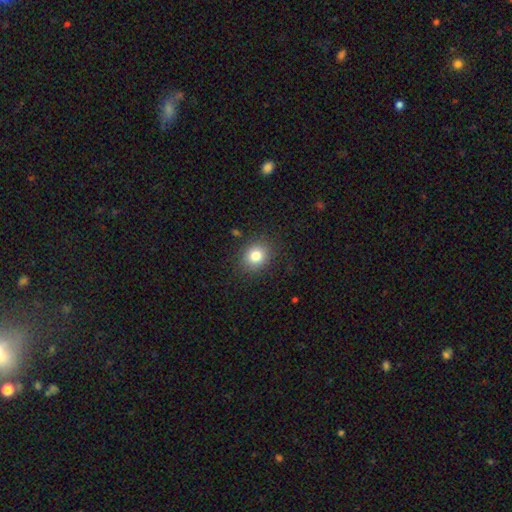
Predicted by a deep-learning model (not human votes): smooth-or-featured: smooth: 80% | star or artifact: 12% | featured or disk: 8%
  how-rounded: round: 73% | in between: 26% | cigar-shaped: 1%
  merging: none: 87% | minor disturbance: 8% | major disturbance: 3% | merger: 1%